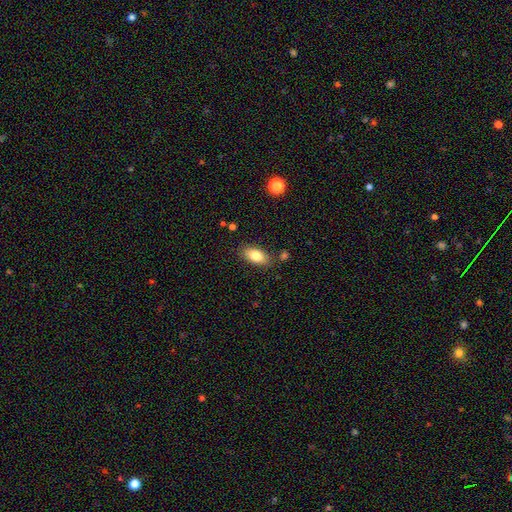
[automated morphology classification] This appears to be a smooth galaxy with no disk features (81%) that is in between round and cigar-shaped (89%). Merging: none (82%).